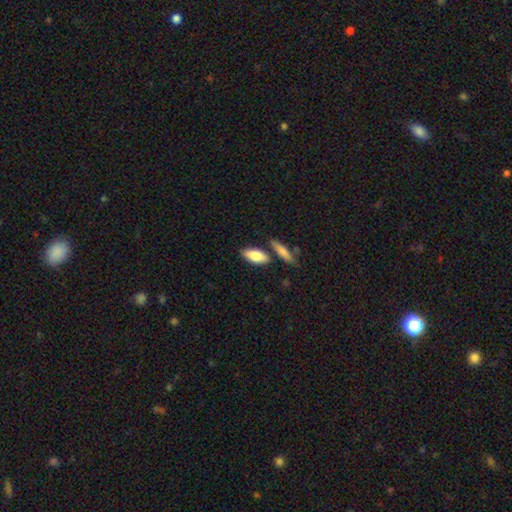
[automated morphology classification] Q: Smooth or featured?
A: smooth (81%); runner-up: featured or disk (13%)
Q: How rounded?
A: in between (82%); runner-up: cigar-shaped (16%)
Q: Merging?
A: none (70%); runner-up: merger (14%)